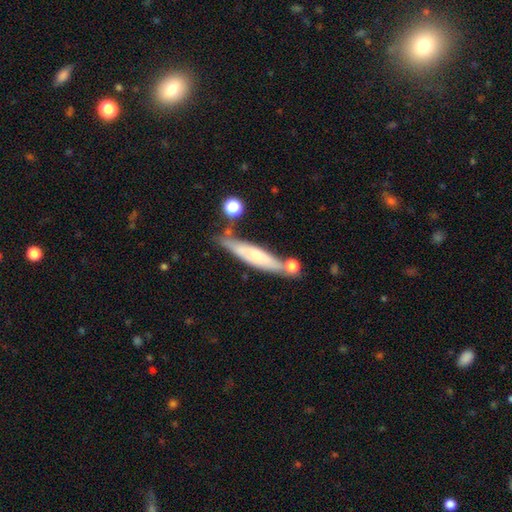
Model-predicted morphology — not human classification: A smooth galaxy with no disk features (51%) that is cigar-shaped (84%).

Vote fractions:
- Smooth or featured? smooth: 51% / featured or disk: 43% / star or artifact: 7%
- How rounded? cigar-shaped: 84% / in between: 15% / round: 2%
- Merging? none: 63% / minor disturbance: 19% / merger: 12% / major disturbance: 5%